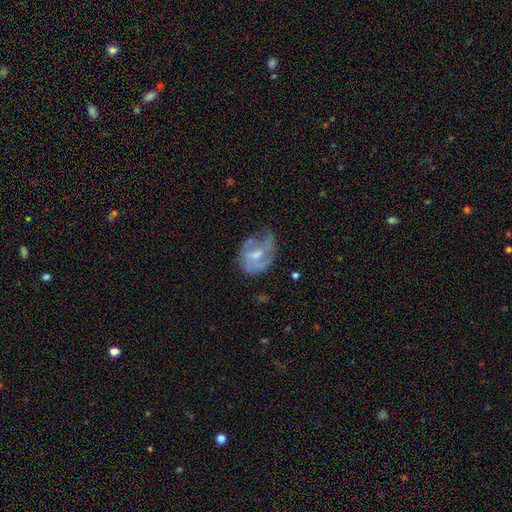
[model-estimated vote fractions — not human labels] The model was most divided on "bar": weak: 48%, no: 42%, strong: 10%. Remaining: edge-on disk — no (97%); smooth or featured — featured or disk (65%); spiral arms — yes (64%); bulge size — moderate (46%); merging — none (37%).